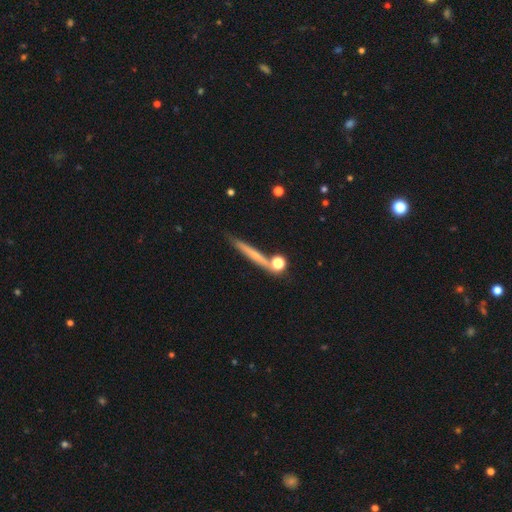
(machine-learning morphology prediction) The model was most divided on "smooth or featured": smooth: 51%, featured or disk: 39%, star or artifact: 10%. More confident: how rounded — cigar-shaped (88%); merging — none (74%).